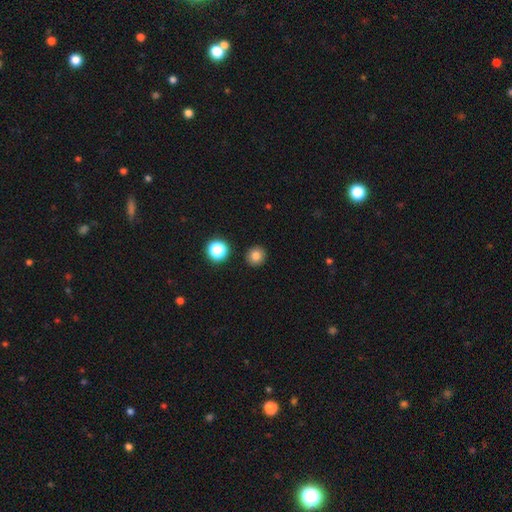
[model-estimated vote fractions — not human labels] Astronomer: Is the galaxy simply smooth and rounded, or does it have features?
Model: smooth — 81%.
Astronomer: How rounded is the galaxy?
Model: round — 90%.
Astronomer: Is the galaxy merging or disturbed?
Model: none — 91%.